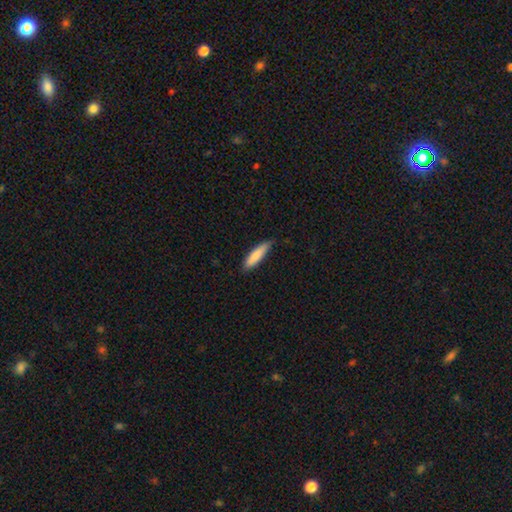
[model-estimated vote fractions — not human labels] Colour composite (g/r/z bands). It shows a smooth galaxy with no disk features (83%) that is cigar-shaped (78%). Merging: none (78%).